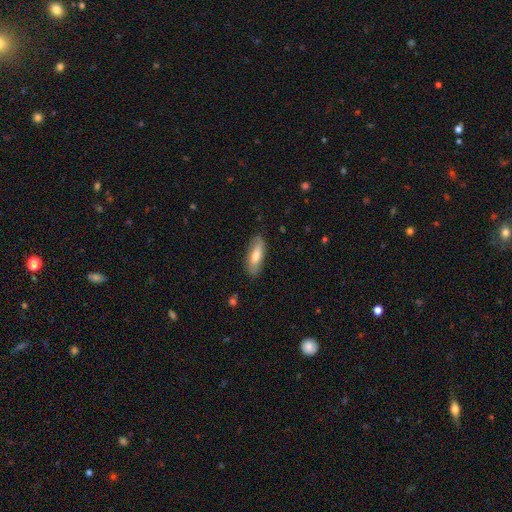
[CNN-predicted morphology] Smooth or featured? Predicted: smooth (p=0.66). How rounded? Predicted: in between (p=0.63). Merging? Predicted: none (p=0.83).